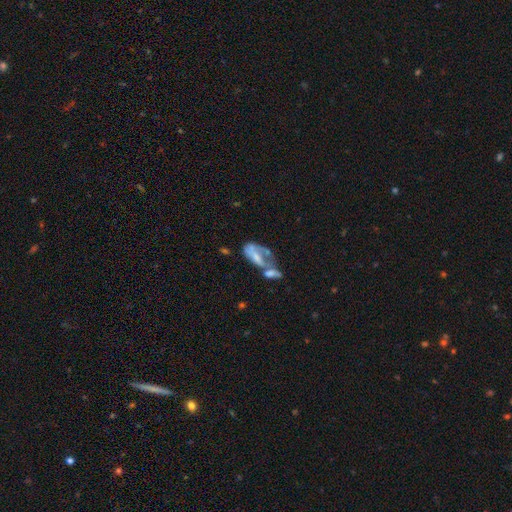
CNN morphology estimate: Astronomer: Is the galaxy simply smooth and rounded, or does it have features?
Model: featured or disk — 51% (runner-up: smooth, 40%).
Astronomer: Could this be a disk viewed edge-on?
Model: no — 93%.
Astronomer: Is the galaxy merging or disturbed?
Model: merger — 55%.